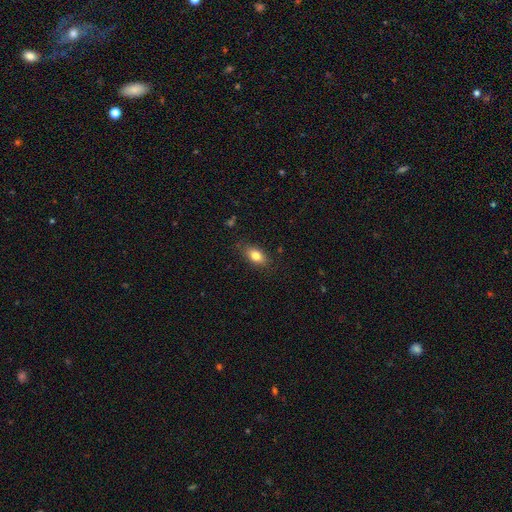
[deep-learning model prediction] Overall: smooth (81%). How rounded: in between (86%). Merging: none (82%).